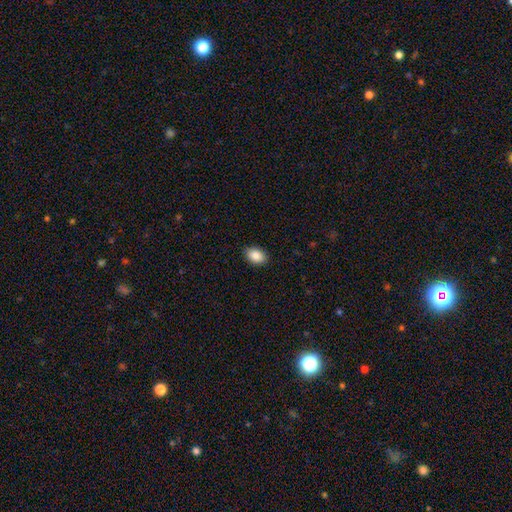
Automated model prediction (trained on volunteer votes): This is clearly a smooth galaxy (88%). How rounded: clearly in between (85%). Merging: clearly none (89%).